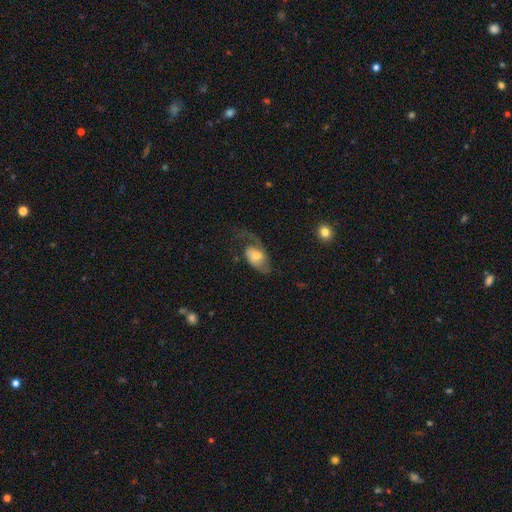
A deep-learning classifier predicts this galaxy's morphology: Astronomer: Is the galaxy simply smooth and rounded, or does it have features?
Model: featured or disk — 52% (runner-up: smooth, 41%).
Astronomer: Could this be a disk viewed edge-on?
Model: no — 94%.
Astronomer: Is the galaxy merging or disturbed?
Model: major disturbance — 43% (runner-up: none, 33%).